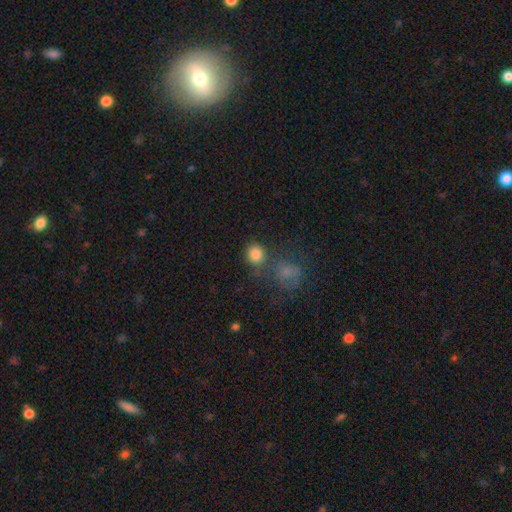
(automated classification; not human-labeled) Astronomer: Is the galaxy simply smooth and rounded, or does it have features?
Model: smooth — 84%.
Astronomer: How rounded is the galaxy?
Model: round — 83%.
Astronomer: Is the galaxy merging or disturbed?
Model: none — 65%.